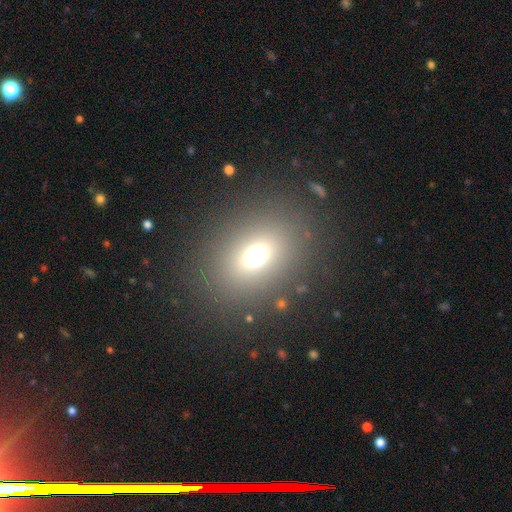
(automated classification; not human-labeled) This appears to be a smooth galaxy with no disk features (67%) that is round (51%). Merging: none (84%).